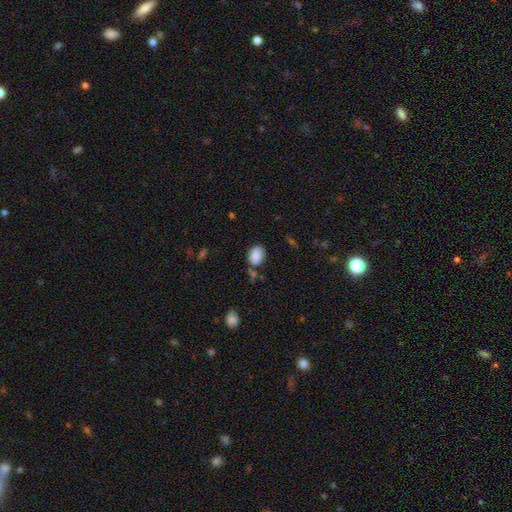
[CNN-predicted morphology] A smooth galaxy with no disk features (82%) that is in between round and cigar-shaped (72%). Merging: none (65%).